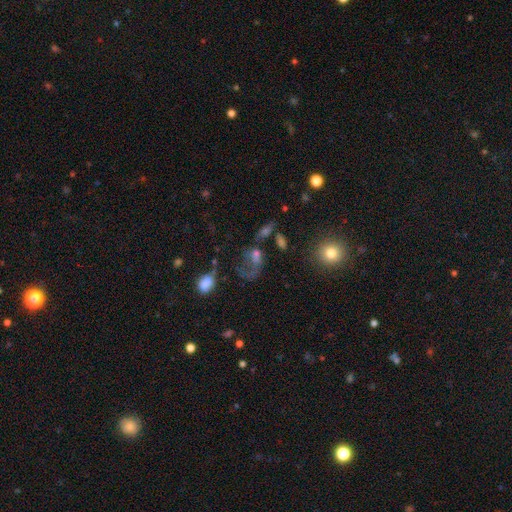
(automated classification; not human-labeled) Q: Smooth or featured?
A: smooth (39%); runner-up: featured or disk (38%)
Q: Merging?
A: major disturbance (43%); runner-up: none (29%)